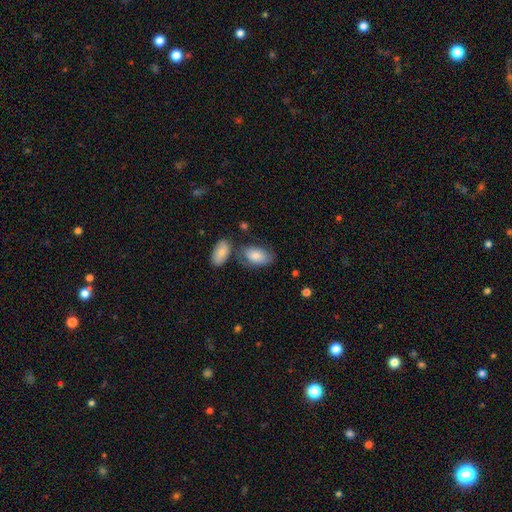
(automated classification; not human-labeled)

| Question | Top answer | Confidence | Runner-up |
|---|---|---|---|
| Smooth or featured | smooth | 82% | featured or disk (13%) |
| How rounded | in between | 94% | round (4%) |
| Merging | none | 56% | minor disturbance (19%) |